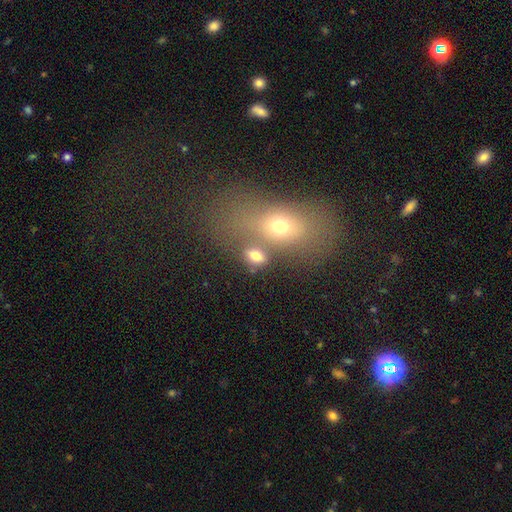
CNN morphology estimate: A smooth galaxy with no disk features (72%) that is in between round and cigar-shaped (79%). Merging: none (54%).